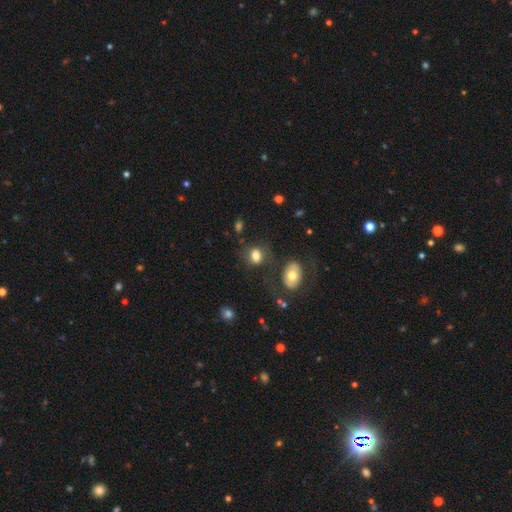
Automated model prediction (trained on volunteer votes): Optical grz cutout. It shows a smooth galaxy with no disk features (76%) that is round (53%). Merging: none (68%).